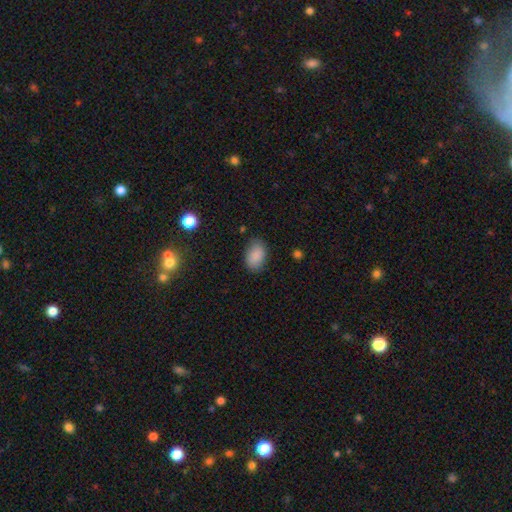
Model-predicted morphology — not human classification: smooth_or_featured: smooth (p=0.87) [alt: star or artifact p=0.08]
how_rounded: in between (p=0.87) [alt: round p=0.12]
merging: none (p=0.80) [alt: minor disturbance p=0.15]